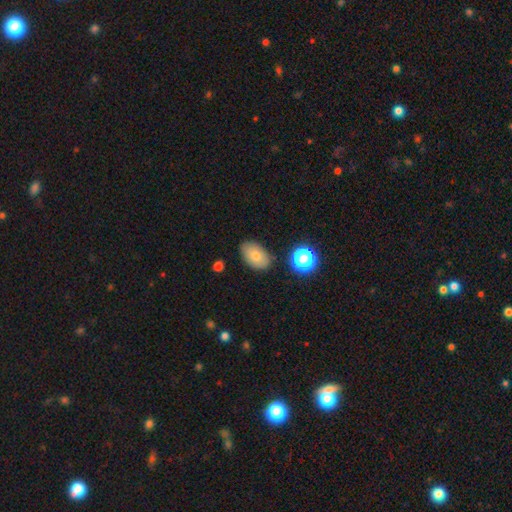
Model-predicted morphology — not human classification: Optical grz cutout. It shows a smooth galaxy with no disk features (77%) that is in between round and cigar-shaped (89%). Merging: none (81%).